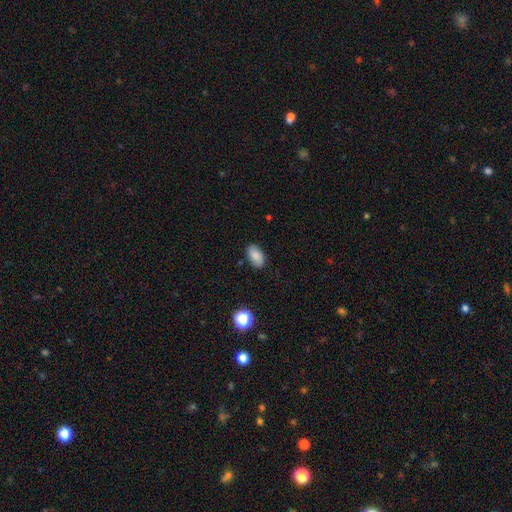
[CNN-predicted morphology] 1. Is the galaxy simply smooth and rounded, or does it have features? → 80% smooth, 11% featured or disk, 9% star or artifact.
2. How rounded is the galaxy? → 92% in between, 6% round, 2% cigar-shaped.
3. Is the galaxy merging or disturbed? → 82% none, 13% minor disturbance, 3% major disturbance, 2% merger.